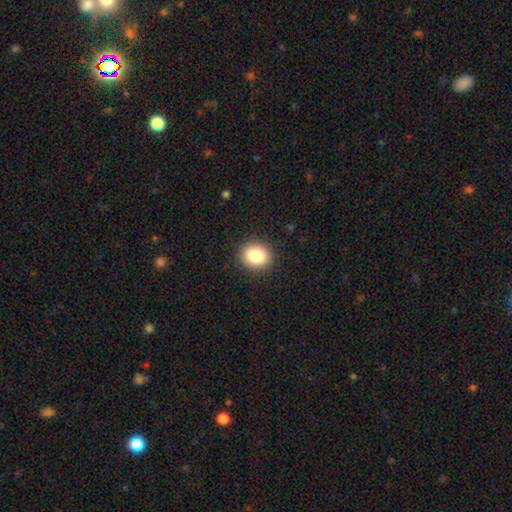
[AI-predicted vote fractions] Overall: smooth (86%). How rounded: round (69%; in between 30%). Merging: none (90%).